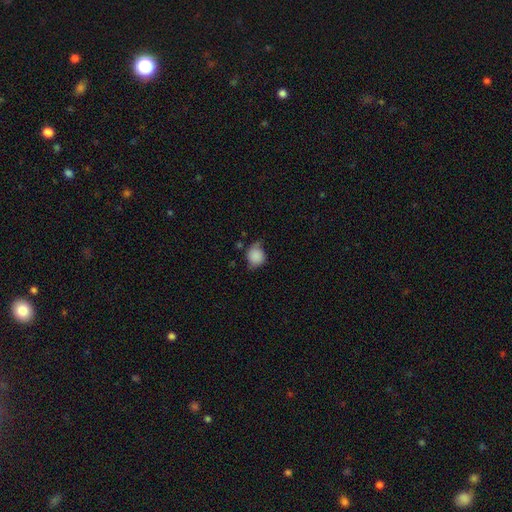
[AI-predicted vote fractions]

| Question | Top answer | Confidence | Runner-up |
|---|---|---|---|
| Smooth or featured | smooth | 81% | featured or disk (10%) |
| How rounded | round | 74% | in between (25%) |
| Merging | none | 45% | minor disturbance (38%) |